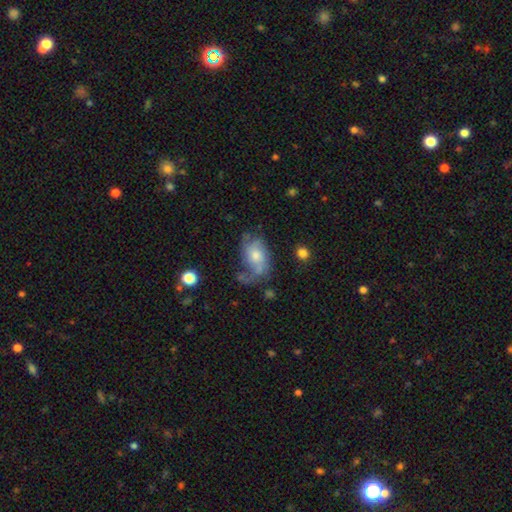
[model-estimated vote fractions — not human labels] A featured or disk galaxy (54%) with no bar (76%), spiral arms (76%) and a moderate central bulge (54%).

Vote fractions:
- Smooth or featured? featured or disk: 54% / smooth: 36% / star or artifact: 10%
- Edge-on disk? no: 95% / yes: 5%
- Bar? no: 76% / weak: 20% / strong: 3%
- Spiral arms? yes: 76% / no: 24%
- Bulge size? moderate: 54% / small: 32% / large: 8% / none: 4% / dominant: 2%
- Merging? none: 41% / major disturbance: 26% / minor disturbance: 26% / merger: 7%